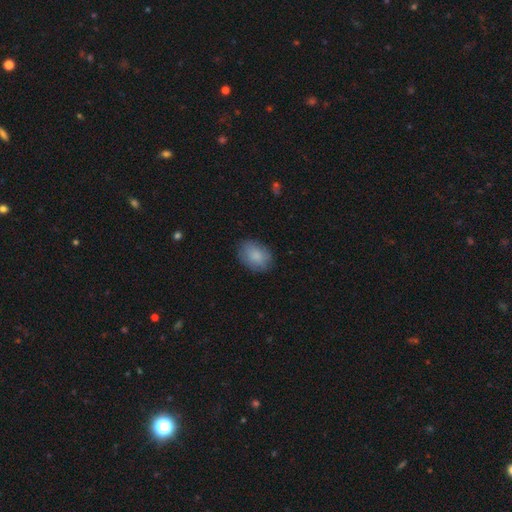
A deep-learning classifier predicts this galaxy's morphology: Smooth or featured: smooth — 86% (featured or disk — 8%)
How rounded: in between — 74% (round — 25%)
Merging: none — 81% (minor disturbance — 14%)